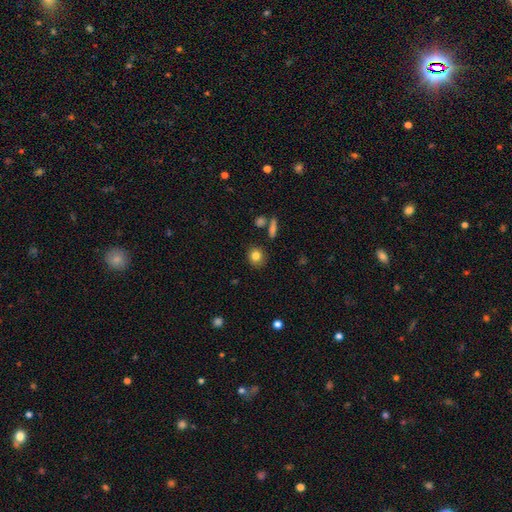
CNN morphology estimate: The model was most divided on "how rounded": round: 79%, in between: 20%, cigar-shaped: 1%. More confident: merging — none (85%); smooth or featured — smooth (82%).